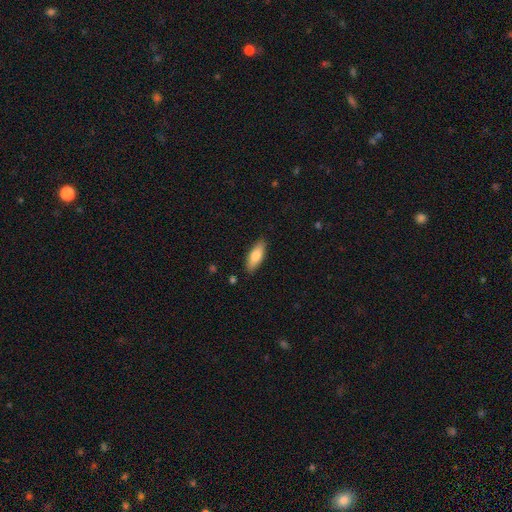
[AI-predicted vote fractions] smooth_or_featured: smooth (p=0.77) [alt: featured or disk p=0.17]
how_rounded: in between (p=0.69) [alt: cigar-shaped p=0.29]
merging: none (p=0.87) [alt: minor disturbance p=0.10]